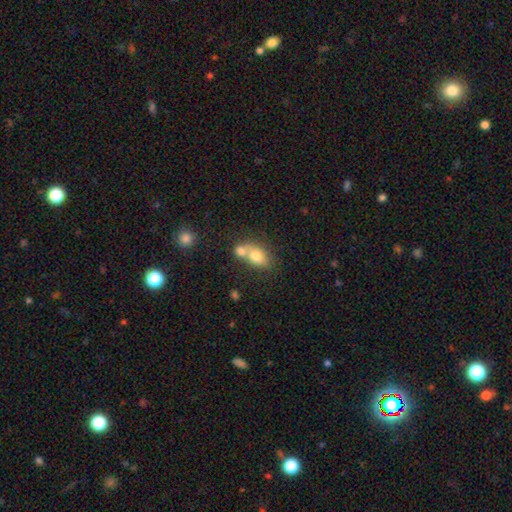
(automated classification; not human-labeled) A smooth galaxy with no disk features (73%) that is in between round and cigar-shaped (70%). Merging: merger (58%).